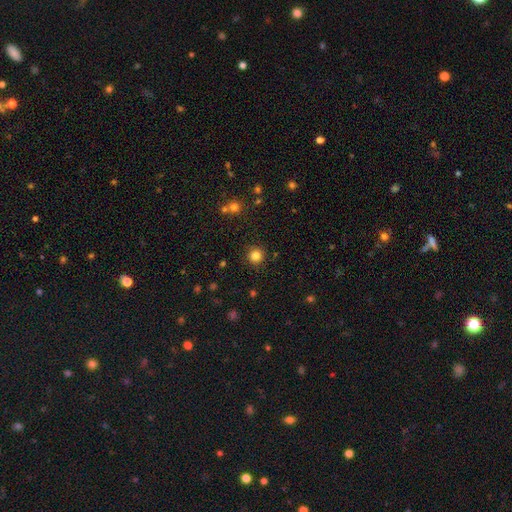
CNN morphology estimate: Smooth or featured? Predicted: smooth (p=0.82). How rounded? Predicted: round (p=0.95). Merging? Predicted: none (p=0.91).